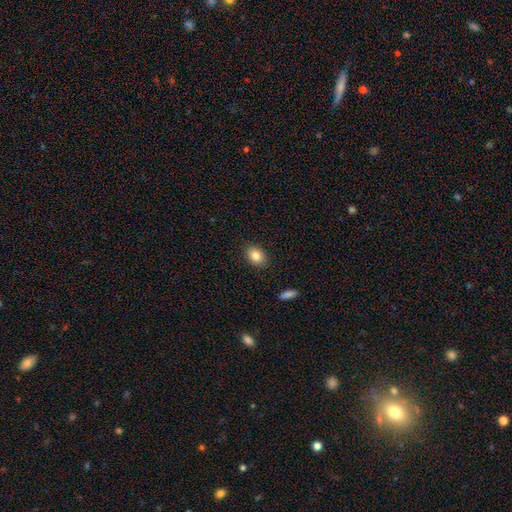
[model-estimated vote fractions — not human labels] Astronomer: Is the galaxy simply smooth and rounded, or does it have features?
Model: smooth — 84%.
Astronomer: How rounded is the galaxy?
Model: in between — 64%.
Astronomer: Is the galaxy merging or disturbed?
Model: none — 88%.